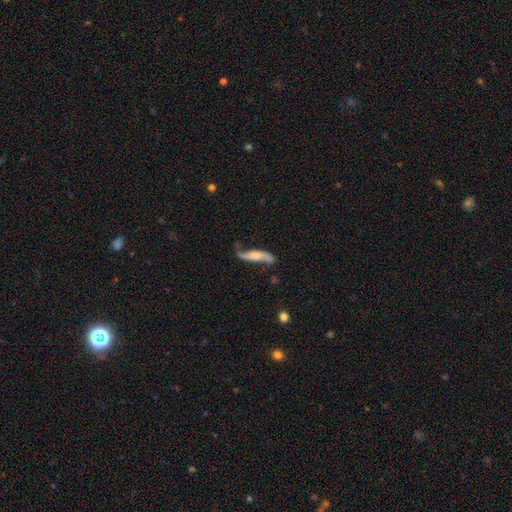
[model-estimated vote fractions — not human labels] This is likely a featured or disk galaxy (66%). It is likely not viewed edge-on (67%). Merging: likely none (60%).